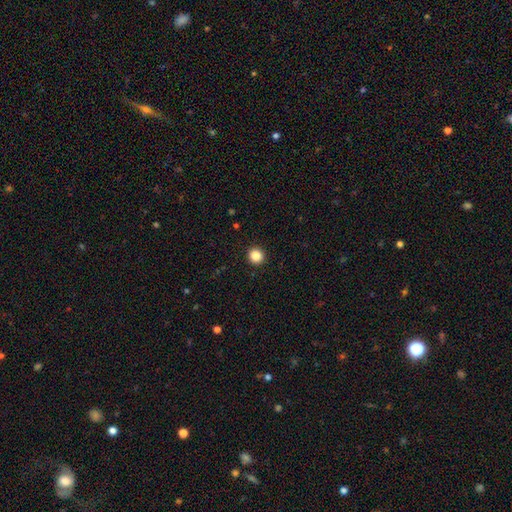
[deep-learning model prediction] Smooth or featured: smooth — 87% (star or artifact — 10%)
How rounded: round — 93% (in between — 6%)
Merging: none — 93% (minor disturbance — 4%)